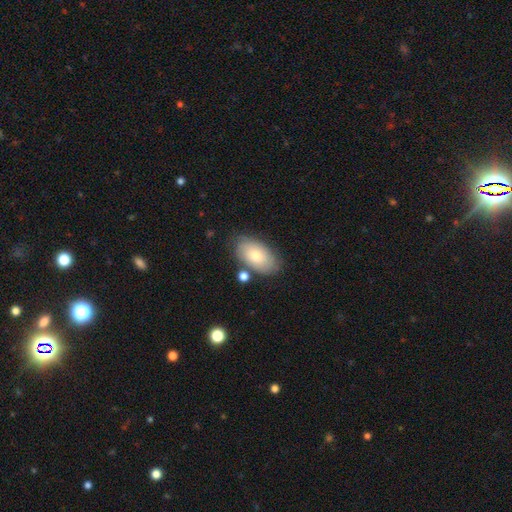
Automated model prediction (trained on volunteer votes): smooth-or-featured: smooth: 72% | featured or disk: 22% | star or artifact: 6%
  how-rounded: in between: 93% | round: 5% | cigar-shaped: 2%
  merging: none: 73% | minor disturbance: 16% | merger: 7% | major disturbance: 4%